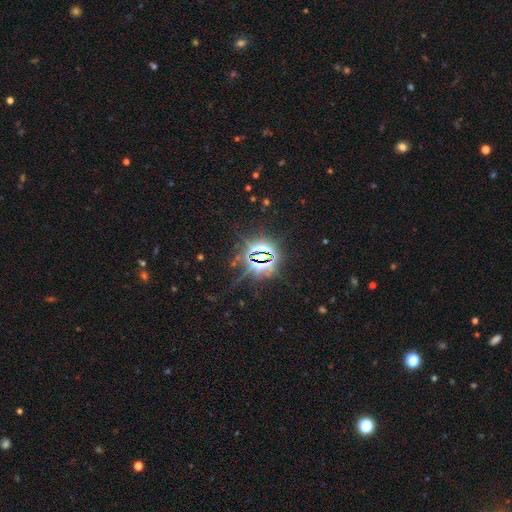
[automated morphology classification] Overall: star or artifact (84%).